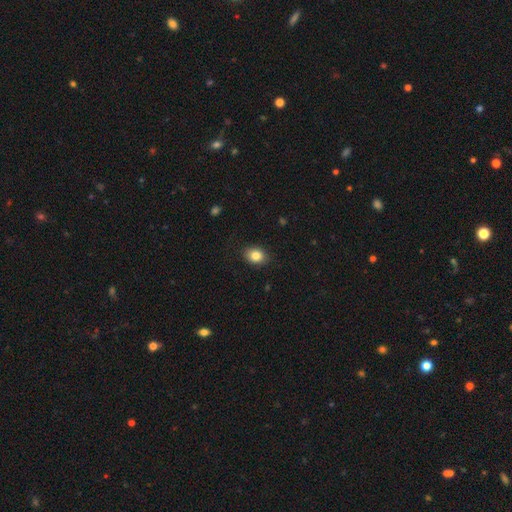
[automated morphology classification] Q: Smooth or featured?
A: smooth (84%); runner-up: star or artifact (9%)
Q: How rounded?
A: in between (59%); runner-up: round (40%)
Q: Merging?
A: none (88%); runner-up: minor disturbance (9%)